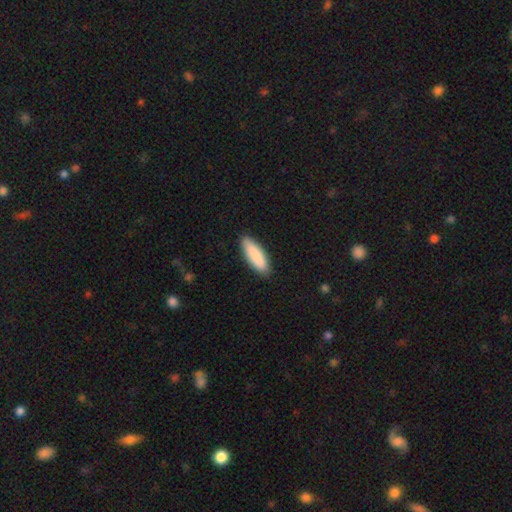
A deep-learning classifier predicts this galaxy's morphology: smooth_or_featured: smooth (p=0.89) [alt: featured or disk p=0.06]
how_rounded: in between (p=0.56) [alt: cigar-shaped p=0.43]
merging: none (p=0.88) [alt: minor disturbance p=0.09]